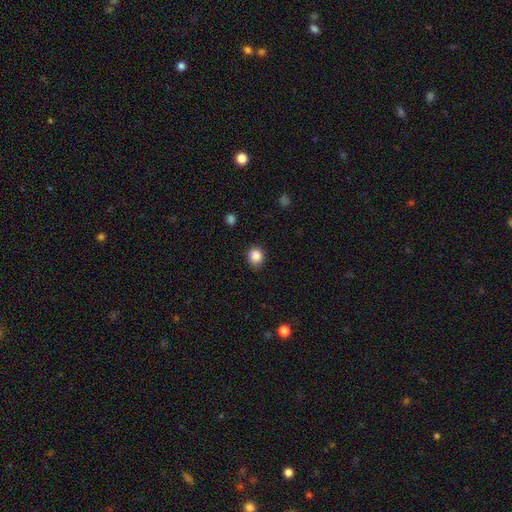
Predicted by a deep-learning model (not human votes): This is clearly a smooth galaxy (86%). How rounded: clearly round (80%). Merging: clearly none (82%).